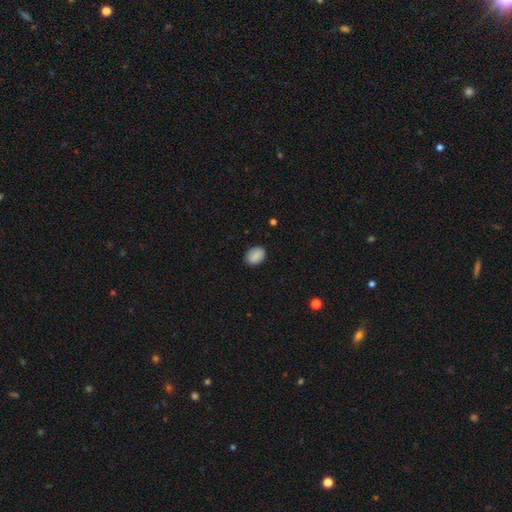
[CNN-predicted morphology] This is clearly a smooth galaxy (86%). How rounded: likely in between (72%). Merging: clearly none (85%).